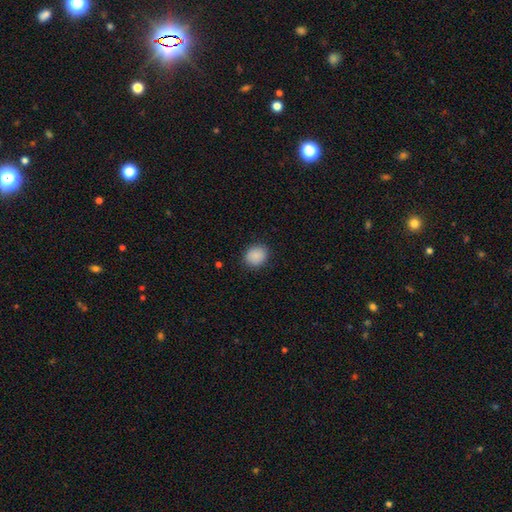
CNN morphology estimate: smooth-or-featured: smooth: 89% | star or artifact: 8% | featured or disk: 3%
  how-rounded: round: 74% | in between: 25% | cigar-shaped: 1%
  merging: none: 88% | minor disturbance: 8% | major disturbance: 2% | merger: 1%